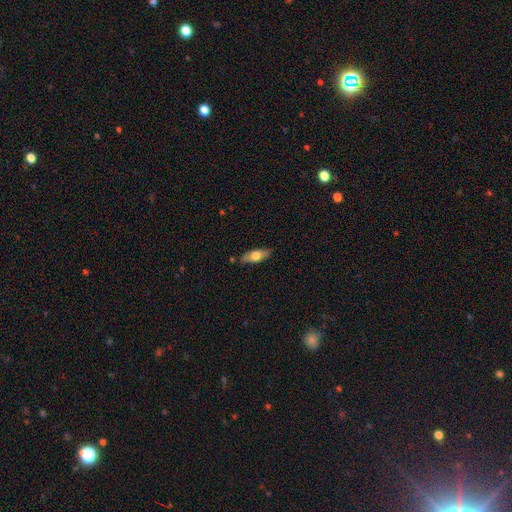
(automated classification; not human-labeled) This is likely a smooth galaxy (63%). How rounded: likely in between (69%). Merging: clearly none (83%).